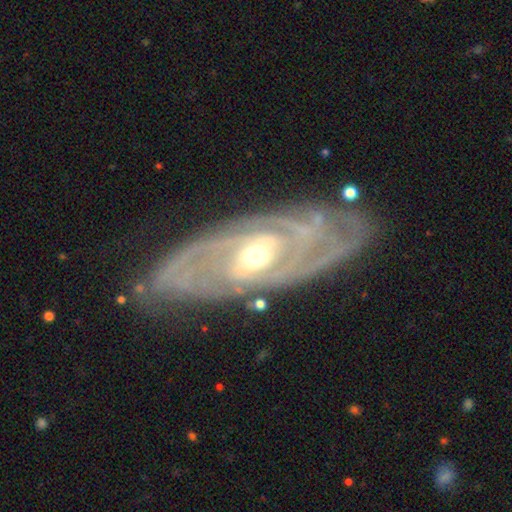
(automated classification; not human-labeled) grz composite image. It shows a featured or disk galaxy (90%) with no bar (50%), 2 (28%) tight (71%) spiral arms (96%) and a moderate central bulge (58%). Merging: none (78%).